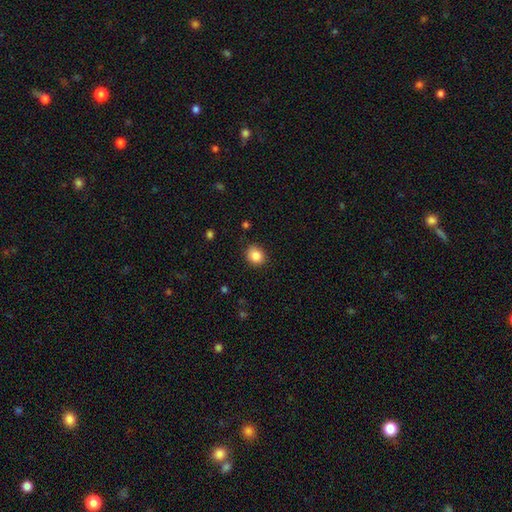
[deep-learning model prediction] Smooth or featured: smooth — 86% (star or artifact — 10%)
How rounded: round — 76% (in between — 23%)
Merging: none — 84% (minor disturbance — 12%)